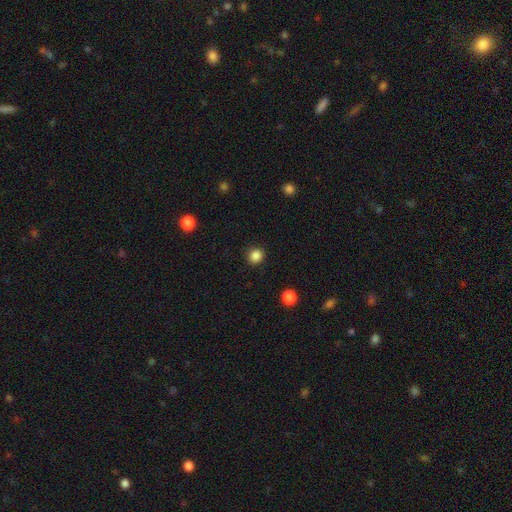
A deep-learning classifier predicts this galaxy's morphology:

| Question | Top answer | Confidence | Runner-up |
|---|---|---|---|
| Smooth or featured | smooth | 86% | star or artifact (11%) |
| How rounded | round | 88% | in between (11%) |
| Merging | none | 91% | minor disturbance (6%) |